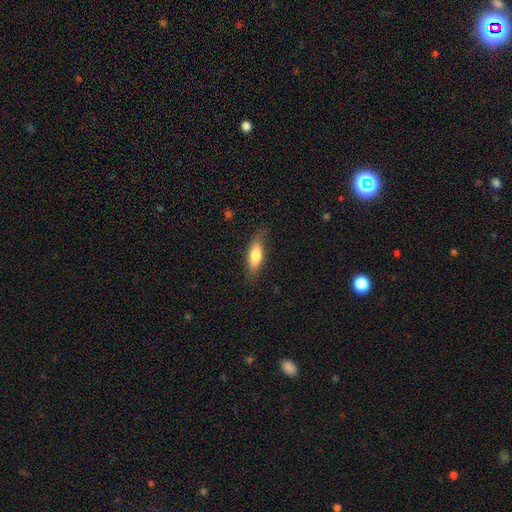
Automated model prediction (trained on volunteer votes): Morphology: type=smooth (76%); roundness=in between (63%); merging=none (75%).